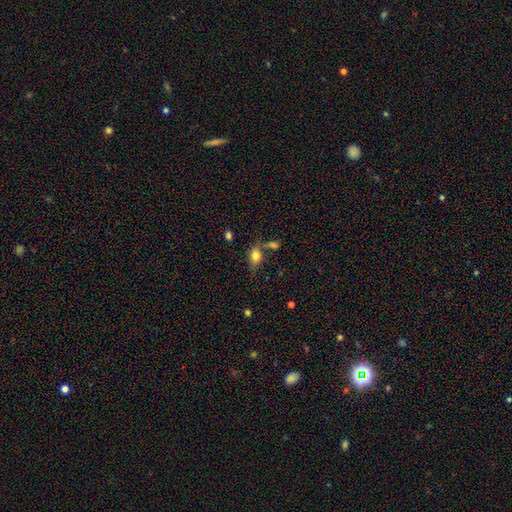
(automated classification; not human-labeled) Morphology: type=smooth (74%); roundness=in between (74%); merging=none (55%).